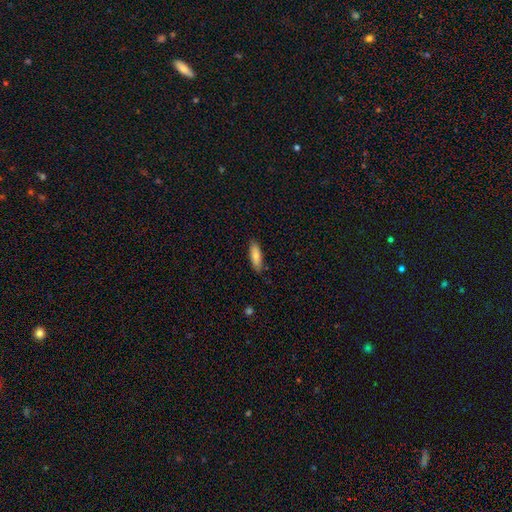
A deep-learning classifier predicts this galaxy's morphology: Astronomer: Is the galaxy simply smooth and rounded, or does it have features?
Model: smooth — 81%.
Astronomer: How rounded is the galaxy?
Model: in between — 51% (runner-up: cigar-shaped, 47%).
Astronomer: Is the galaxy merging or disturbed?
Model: none — 85%.